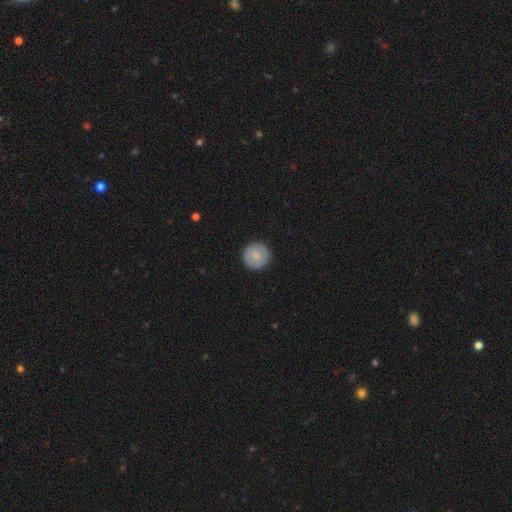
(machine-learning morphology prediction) Overall: smooth (80%). How rounded: round (96%). Merging: none (92%).